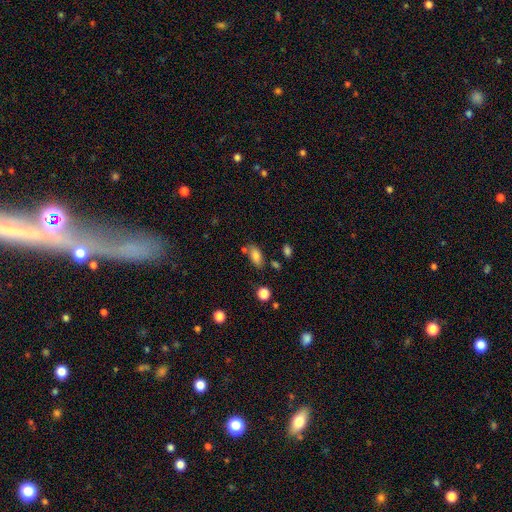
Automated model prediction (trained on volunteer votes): This appears to be a smooth galaxy with no disk features (80%) that is in between round and cigar-shaped (88%). Merging: none (68%).